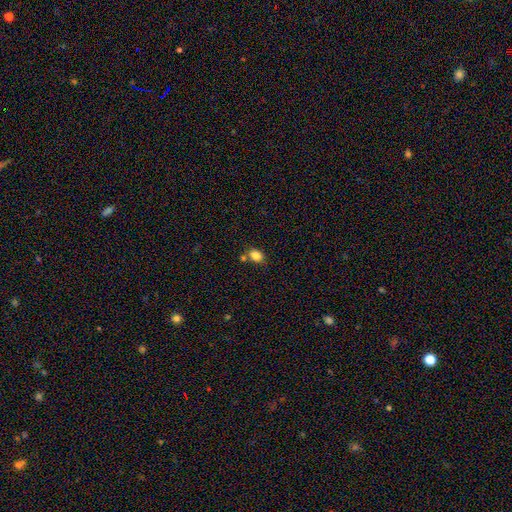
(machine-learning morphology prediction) Smooth or featured?
  - smooth: 84% *
  - star or artifact: 10%
  - featured or disk: 6%
How rounded?
  - in between: 71% *
  - round: 28%
  - cigar-shaped: 1%
Merging?
  - none: 65% *
  - merger: 18%
  - minor disturbance: 13%
  - major disturbance: 4%